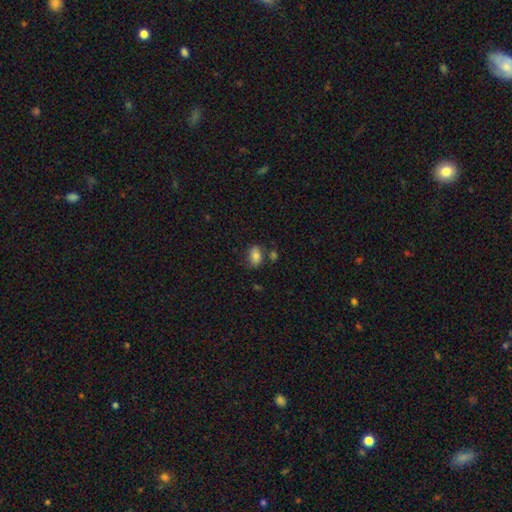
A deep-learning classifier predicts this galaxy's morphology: Overall: smooth (82%). How rounded: in between (83%). Merging: none (67%).